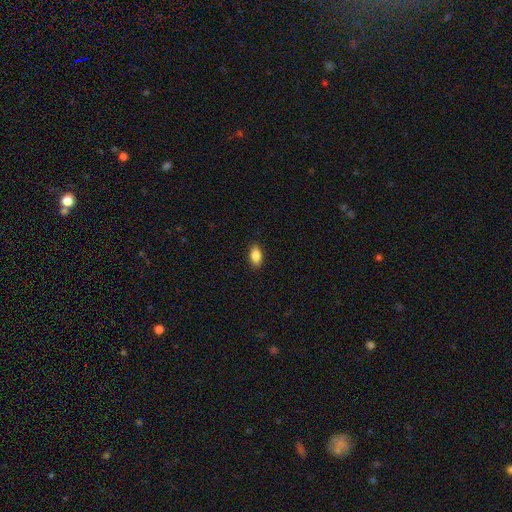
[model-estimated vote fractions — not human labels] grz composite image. It shows a smooth galaxy with no disk features (85%) that is in between round and cigar-shaped (89%). Merging: none (88%).